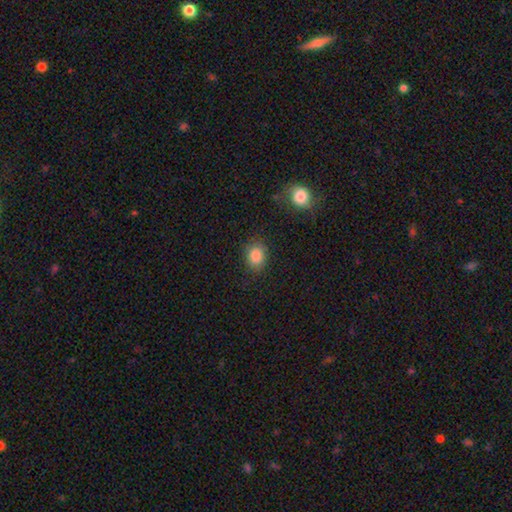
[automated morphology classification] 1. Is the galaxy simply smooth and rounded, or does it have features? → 85% smooth, 10% star or artifact, 5% featured or disk.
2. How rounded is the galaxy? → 54% in between, 45% round, 1% cigar-shaped.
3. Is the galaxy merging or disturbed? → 83% none, 11% minor disturbance, 3% major disturbance, 2% merger.